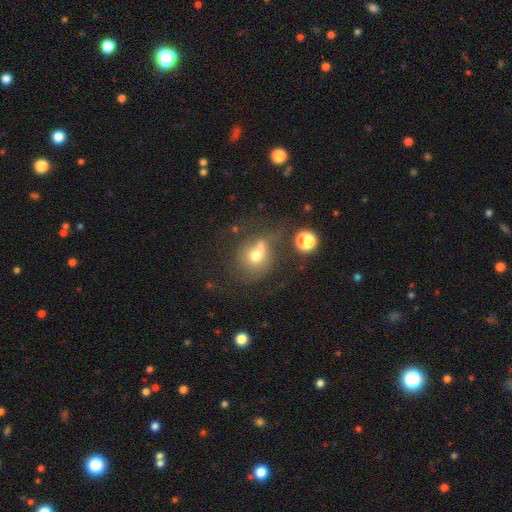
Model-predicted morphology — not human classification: Smooth or featured? Predicted: smooth (p=0.60). How rounded? Predicted: round (p=0.77). Merging? Predicted: none (p=0.38).